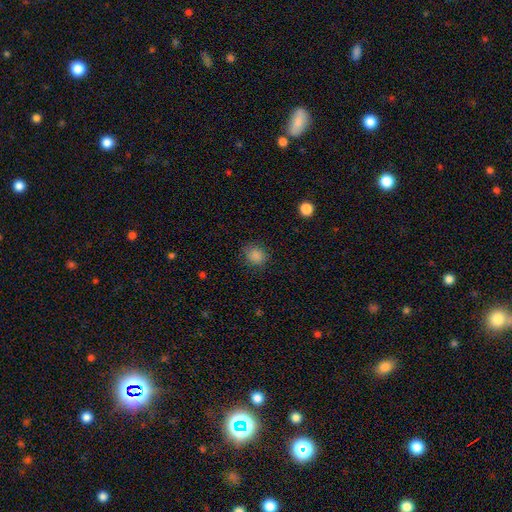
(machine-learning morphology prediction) A smooth galaxy with no disk features (85%) that is round (77%).

Vote fractions:
- Smooth or featured? smooth: 85% / star or artifact: 11% / featured or disk: 3%
- How rounded? round: 77% / in between: 22% / cigar-shaped: 1%
- Merging? none: 83% / minor disturbance: 12% / major disturbance: 4% / merger: 1%